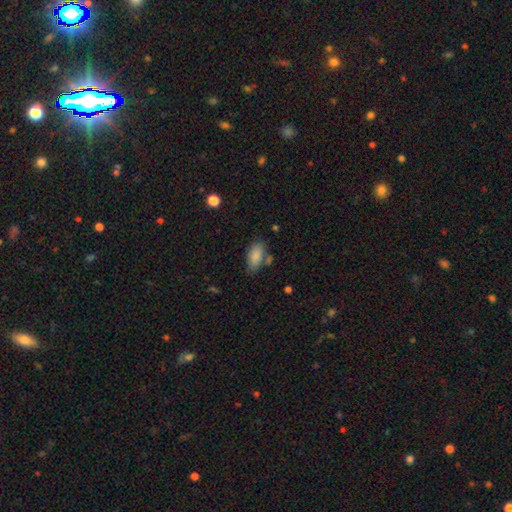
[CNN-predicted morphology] smooth 87%, star or artifact 7%, featured or disk 6%. Down the decision tree: how rounded — in between (91%); merging — none (68%).